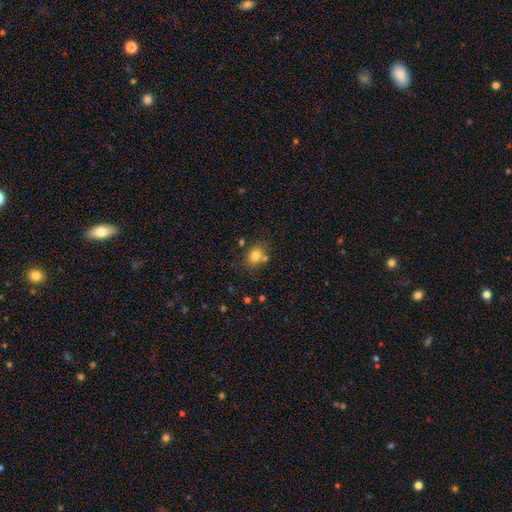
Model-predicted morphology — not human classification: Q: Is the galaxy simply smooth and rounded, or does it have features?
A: smooth — 78%.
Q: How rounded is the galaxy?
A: in between — 52%.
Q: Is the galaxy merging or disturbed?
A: none — 66%.